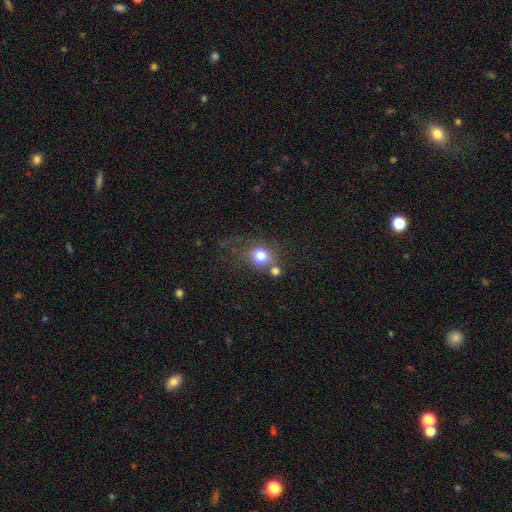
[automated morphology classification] This is likely a smooth galaxy (68%). How rounded: clearly round (80%). Merging: possibly none (54%).